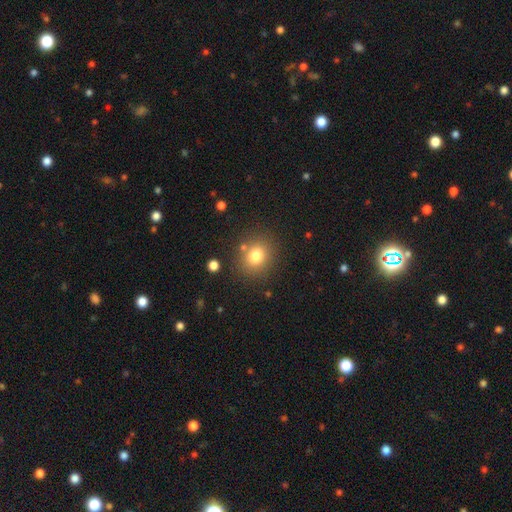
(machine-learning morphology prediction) A smooth galaxy with no disk features (78%) that is round (77%). Merging: none (82%).